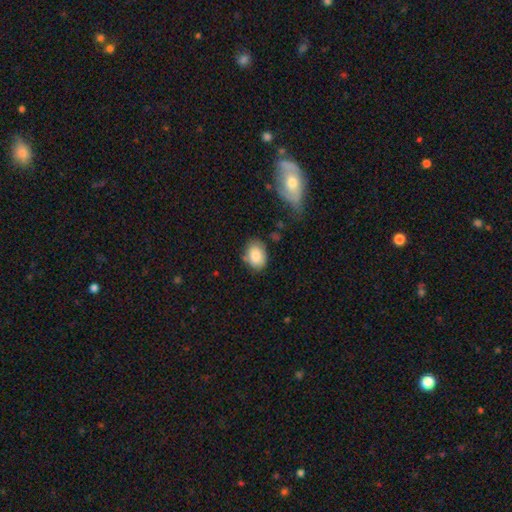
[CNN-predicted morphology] smooth 84%, featured or disk 8%, star or artifact 7%. Down the decision tree: how rounded — in between (73%); merging — none (69%).